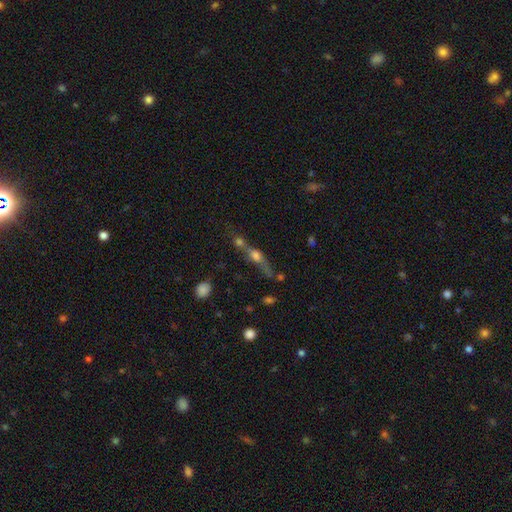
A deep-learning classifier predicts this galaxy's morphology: Smooth or featured? smooth (43%)
Merging? merger (47%)